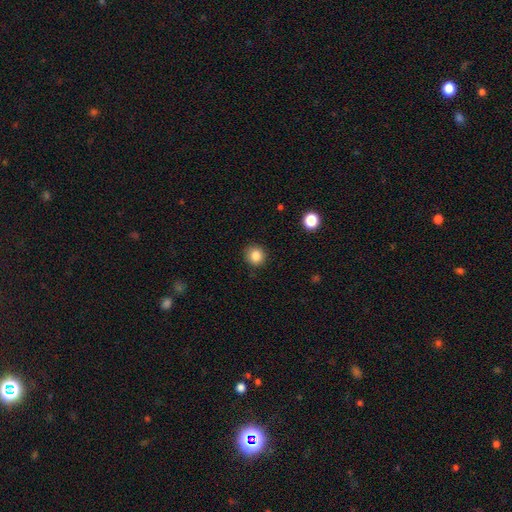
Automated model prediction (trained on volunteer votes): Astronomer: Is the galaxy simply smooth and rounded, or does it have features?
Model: smooth — 85%.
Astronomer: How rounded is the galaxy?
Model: round — 89%.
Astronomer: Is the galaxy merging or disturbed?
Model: none — 88%.